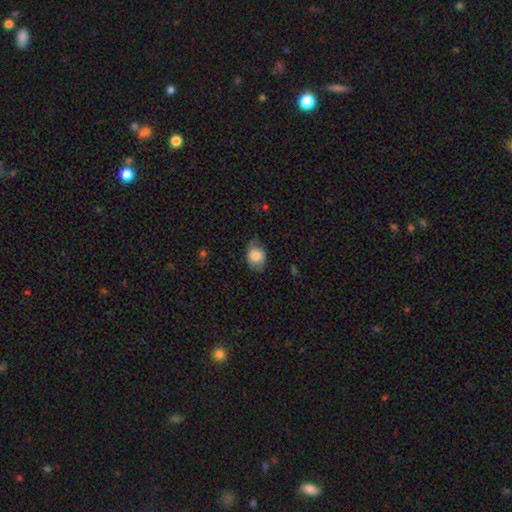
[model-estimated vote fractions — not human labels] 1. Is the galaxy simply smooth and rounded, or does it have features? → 79% smooth, 14% featured or disk, 7% star or artifact.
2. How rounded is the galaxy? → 68% in between, 31% round, 1% cigar-shaped.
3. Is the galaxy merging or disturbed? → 65% none, 25% minor disturbance, 8% major disturbance, 1% merger.